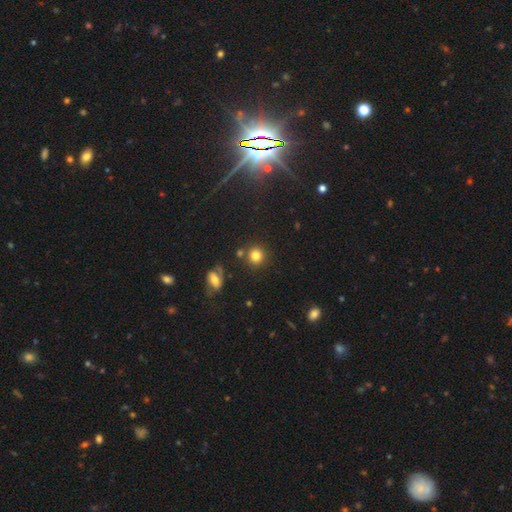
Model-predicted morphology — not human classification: Smooth or featured: smooth — 80% (star or artifact — 13%)
How rounded: round — 90% (in between — 9%)
Merging: none — 79% (merger — 9%)